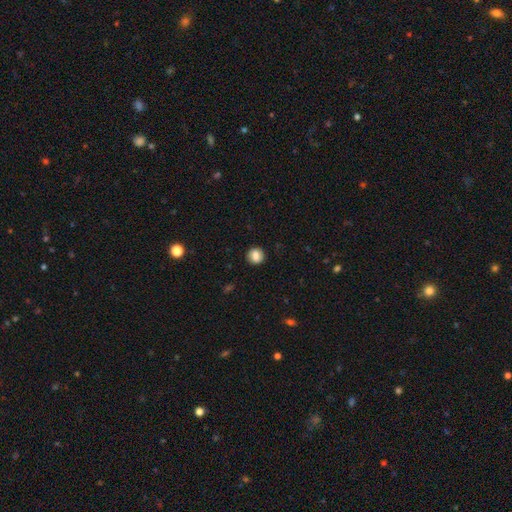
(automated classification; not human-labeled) Q: Smooth or featured?
A: smooth (82%); runner-up: featured or disk (9%)
Q: How rounded?
A: round (84%); runner-up: in between (15%)
Q: Merging?
A: none (88%); runner-up: minor disturbance (8%)